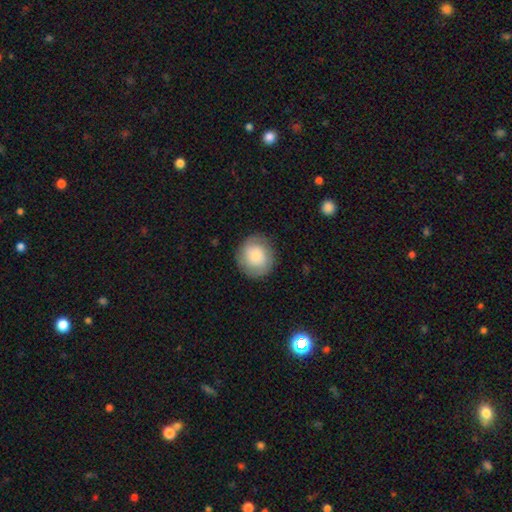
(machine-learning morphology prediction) This is likely a smooth galaxy (73%). How rounded: clearly round (88%). Merging: clearly none (84%).